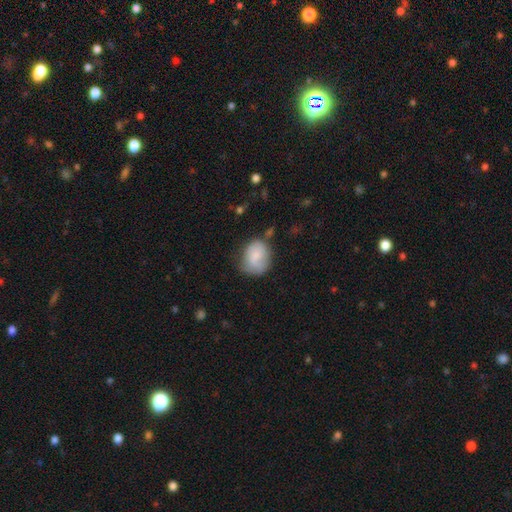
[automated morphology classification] Smooth or featured? Predicted: smooth (p=0.73). How rounded? Predicted: round (p=0.50). Merging? Predicted: none (p=0.49).